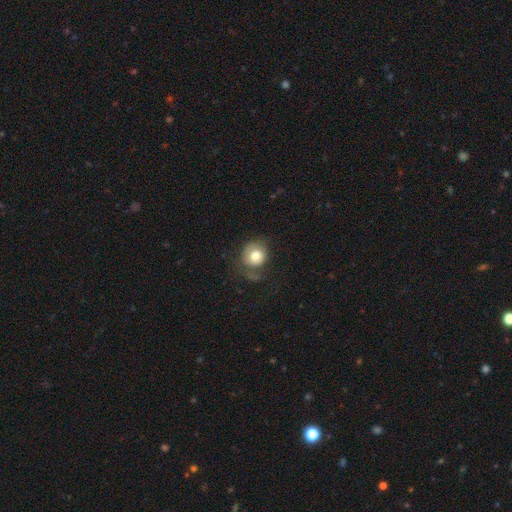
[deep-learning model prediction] The model was most divided on "merging": none: 53%, minor disturbance: 24%, major disturbance: 20%, merger: 3%. More confident: how rounded — round (84%); smooth or featured — smooth (74%).